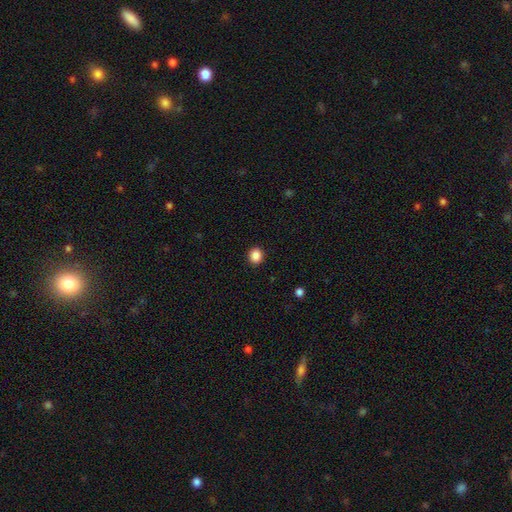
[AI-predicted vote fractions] The model was most divided on "how rounded": round: 81%, in between: 18%, cigar-shaped: 1%. More confident: merging — none (92%); smooth or featured — smooth (88%).